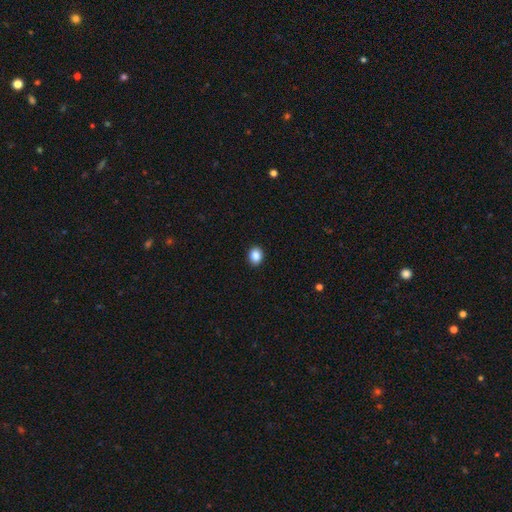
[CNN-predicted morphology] smooth-or-featured: smooth: 88% | star or artifact: 9% | featured or disk: 3%
  how-rounded: round: 50% | in between: 49% | cigar-shaped: 1%
  merging: none: 92% | minor disturbance: 5% | major disturbance: 2% | merger: 1%